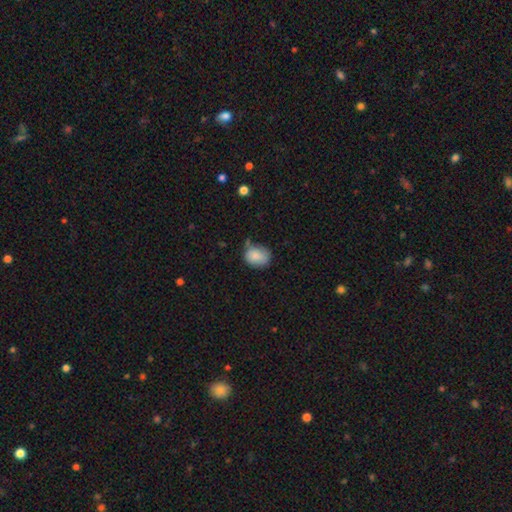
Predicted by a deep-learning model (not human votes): A smooth galaxy with no disk features (85%) that is in between round and cigar-shaped (53%). Merging: none (56%).